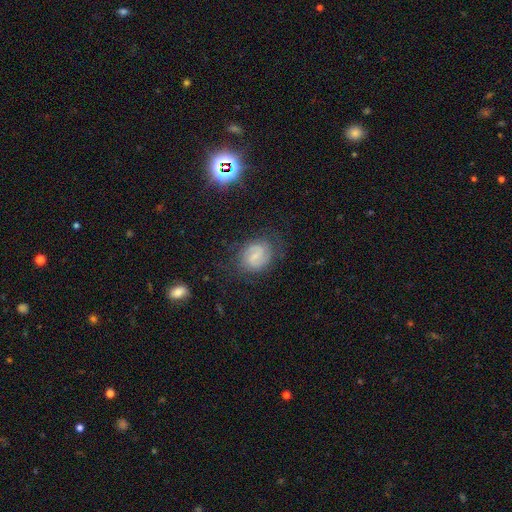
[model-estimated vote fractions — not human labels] Smooth or featured? featured or disk (65%)
Edge-on disk? no (98%)
Bar? weak (55%)
Spiral arms? yes (91%)
Spiral winding? medium (46%)
Spiral arm count? 2 (81%)
Bulge size? small (57%)
Merging? none (73%)